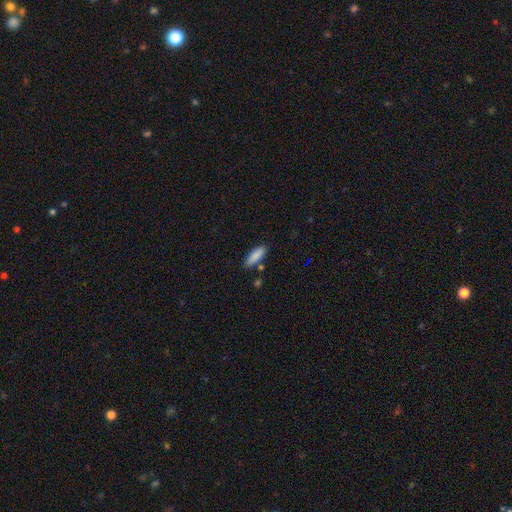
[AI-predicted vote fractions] smooth 87%, star or artifact 7%, featured or disk 6%. Down the decision tree: how rounded — in between (60%); merging — none (78%).